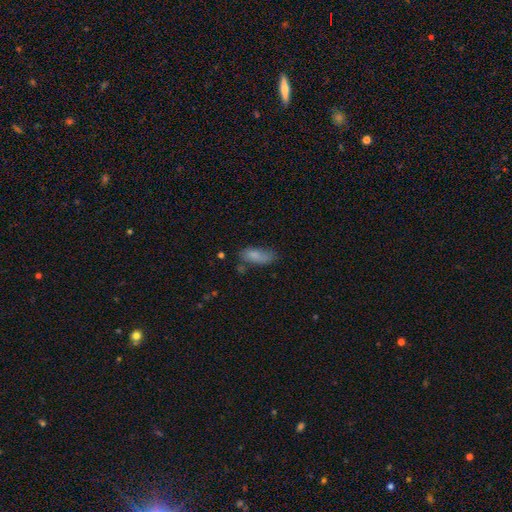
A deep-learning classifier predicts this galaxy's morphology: smooth_or_featured: smooth (p=0.80) [alt: featured or disk p=0.11]
how_rounded: in between (p=0.78) [alt: cigar-shaped p=0.19]
merging: none (p=0.52) [alt: minor disturbance p=0.30]